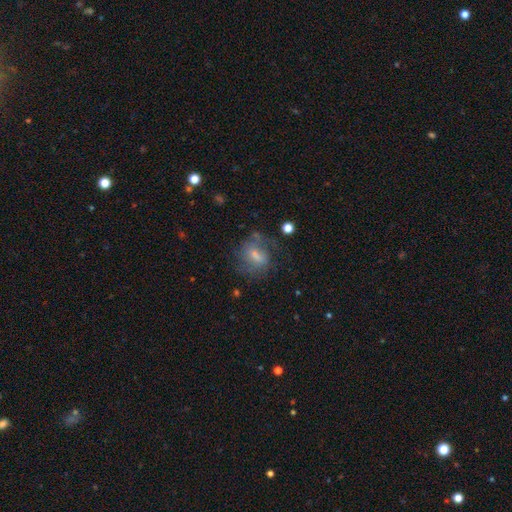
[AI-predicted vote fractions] A featured or disk galaxy (48%).

Vote fractions:
- Smooth or featured? featured or disk: 48% / smooth: 37% / star or artifact: 15%
- Merging? none: 61% / minor disturbance: 20% / major disturbance: 16% / merger: 3%